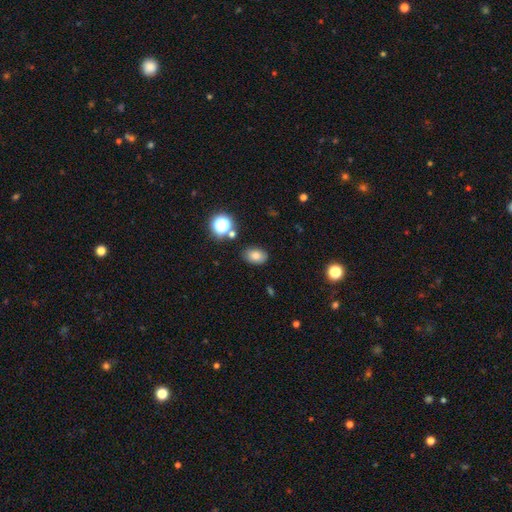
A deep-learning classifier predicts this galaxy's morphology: smooth_or_featured: smooth (p=0.78) [alt: star or artifact p=0.13]
how_rounded: in between (p=0.81) [alt: round p=0.17]
merging: none (p=0.83) [alt: minor disturbance p=0.11]